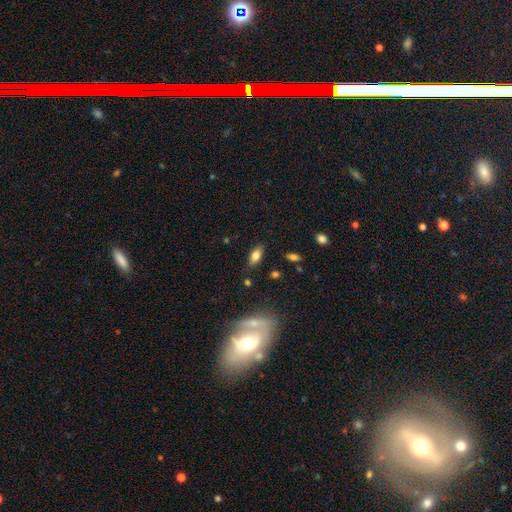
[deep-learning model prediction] This is likely a smooth galaxy (75%). How rounded: clearly in between (86%). Merging: clearly none (82%).